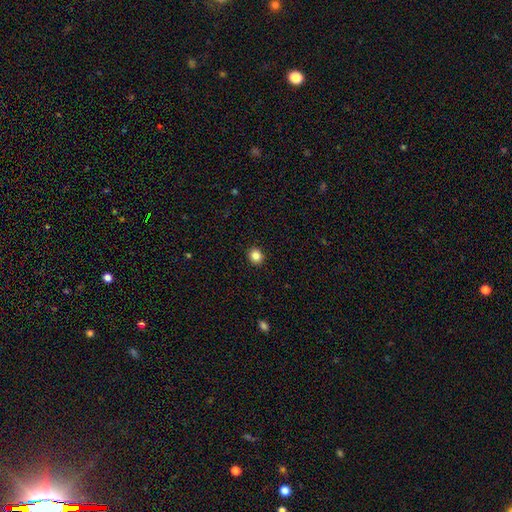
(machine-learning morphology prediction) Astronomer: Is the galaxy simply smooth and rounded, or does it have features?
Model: smooth — 85%.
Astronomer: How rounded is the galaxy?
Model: round — 80%.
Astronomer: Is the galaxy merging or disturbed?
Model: none — 92%.